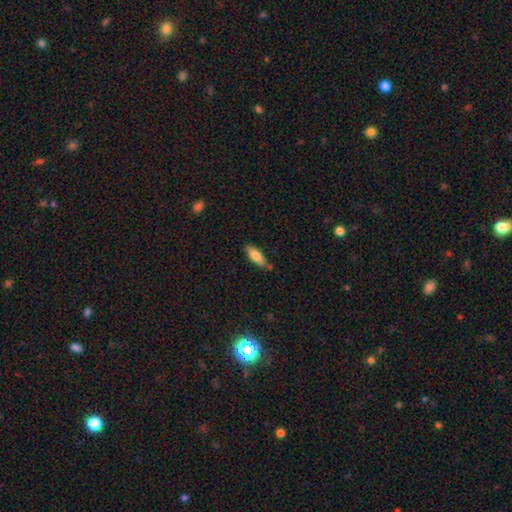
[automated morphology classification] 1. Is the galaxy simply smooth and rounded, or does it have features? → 79% smooth, 15% featured or disk, 6% star or artifact.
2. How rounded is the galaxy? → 71% in between, 27% cigar-shaped, 2% round.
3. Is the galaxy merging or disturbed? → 72% none, 19% minor disturbance, 5% merger, 3% major disturbance.